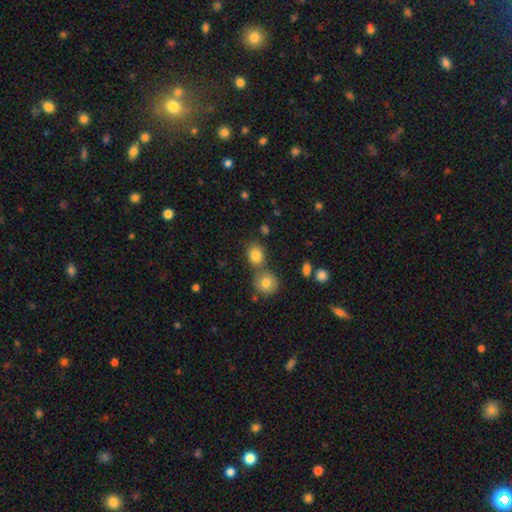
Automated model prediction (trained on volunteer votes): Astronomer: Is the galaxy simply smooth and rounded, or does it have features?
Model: smooth — 82%.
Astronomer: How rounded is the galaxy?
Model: round — 63%.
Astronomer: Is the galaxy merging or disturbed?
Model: none — 58%.